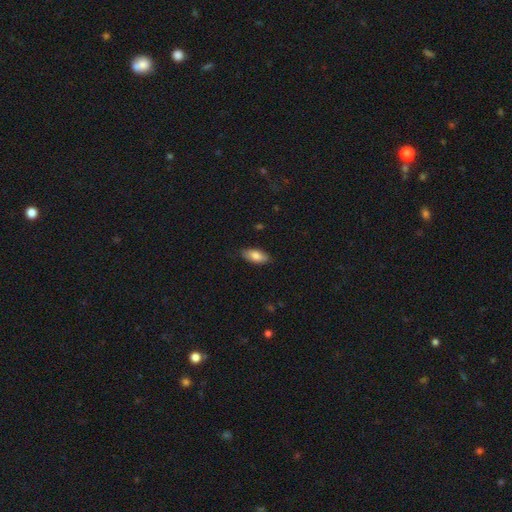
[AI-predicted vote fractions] smooth_or_featured: smooth (p=0.83) [alt: featured or disk p=0.11]
how_rounded: in between (p=0.89) [alt: cigar-shaped p=0.09]
merging: none (p=0.84) [alt: minor disturbance p=0.13]